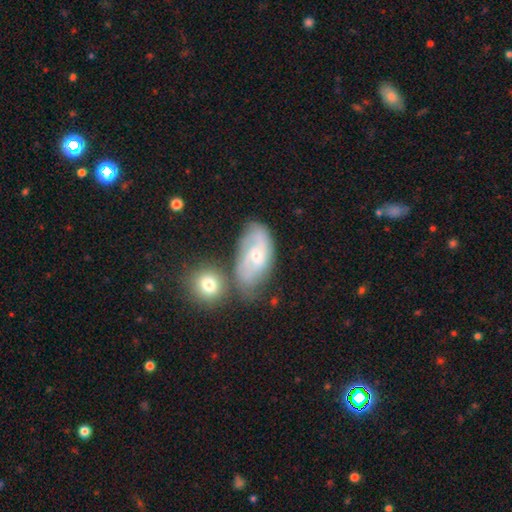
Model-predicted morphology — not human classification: The model was most divided on "spiral winding": tight: 44%, medium: 40%, loose: 16%. More confident: edge-on disk — no (95%); spiral arms — yes (87%); smooth or featured — featured or disk (72%); bar — no (59%); bulge size — small (58%); spiral arm count — 2 (53%); merging — none (51%).